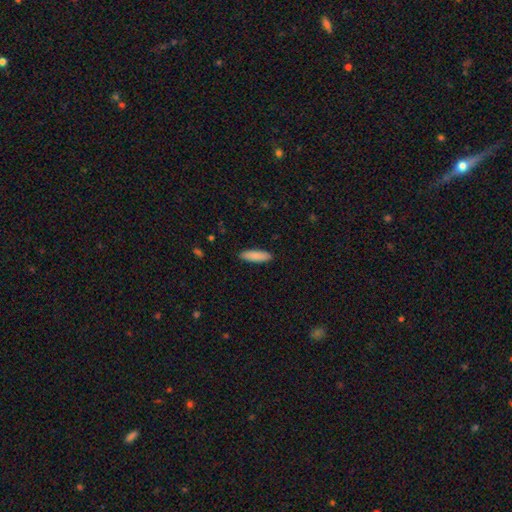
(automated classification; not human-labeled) This appears to be a smooth galaxy with no disk features (88%) that is cigar-shaped (58%). Merging: none (90%).